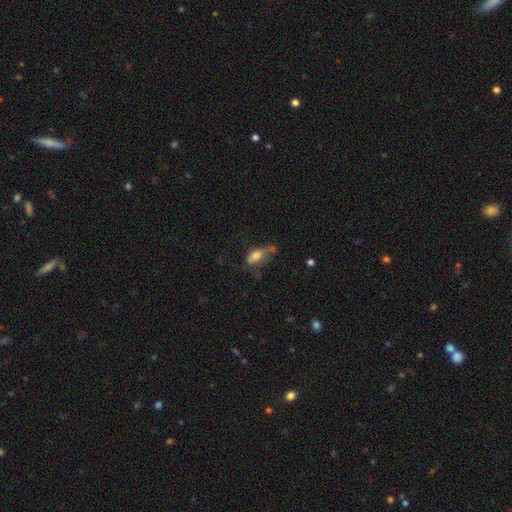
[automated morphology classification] A smooth galaxy with no disk features (72%) that is in between round and cigar-shaped (82%).

Vote fractions:
- Smooth or featured? smooth: 72% / featured or disk: 19% / star or artifact: 10%
- How rounded? in between: 82% / cigar-shaped: 13% / round: 5%
- Merging? none: 36% / minor disturbance: 30% / major disturbance: 20% / merger: 14%